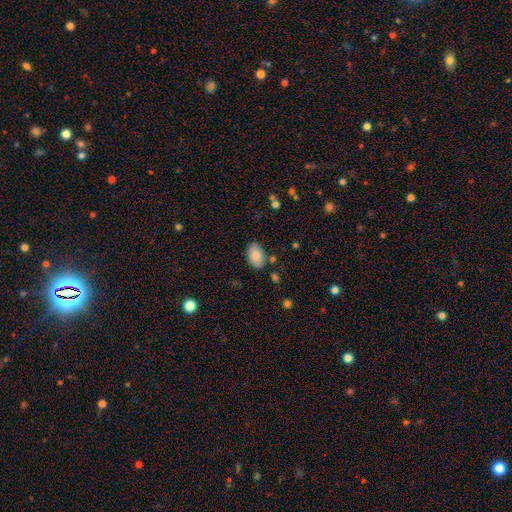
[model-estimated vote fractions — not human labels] Smooth or featured?
  - smooth: 85% *
  - featured or disk: 9%
  - star or artifact: 7%
How rounded?
  - in between: 93% *
  - round: 6%
  - cigar-shaped: 1%
Merging?
  - none: 82% *
  - minor disturbance: 13%
  - merger: 3%
  - major disturbance: 3%